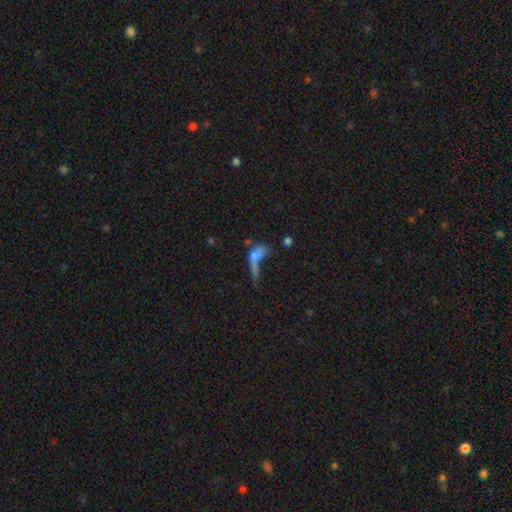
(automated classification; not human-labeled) Smooth or featured? Predicted: smooth (p=0.55). How rounded? Predicted: in between (p=0.56). Merging? Predicted: major disturbance (p=0.39).